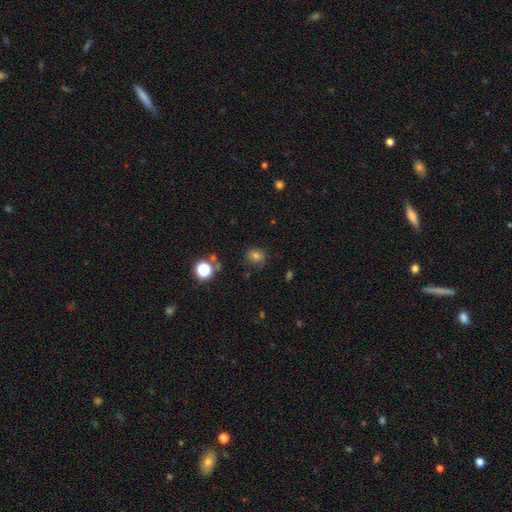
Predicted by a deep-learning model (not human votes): smooth 70%, star or artifact 18%, featured or disk 12%. Down the decision tree: how rounded — round (69%); merging — none (75%).